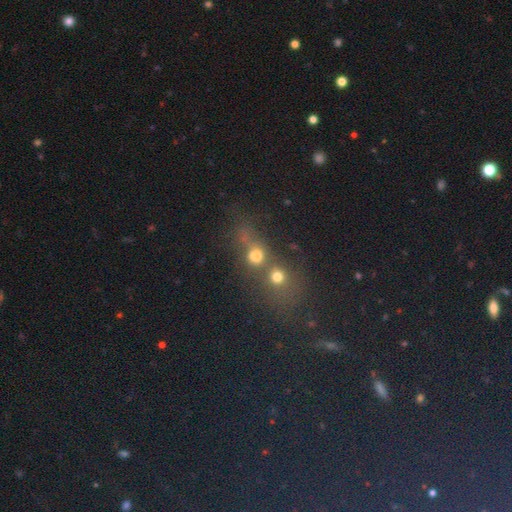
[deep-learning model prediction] smooth_or_featured: smooth (p=0.61) [alt: star or artifact p=0.22]
how_rounded: round (p=0.70) [alt: in between p=0.27]
merging: merger (p=0.57) [alt: none p=0.27]